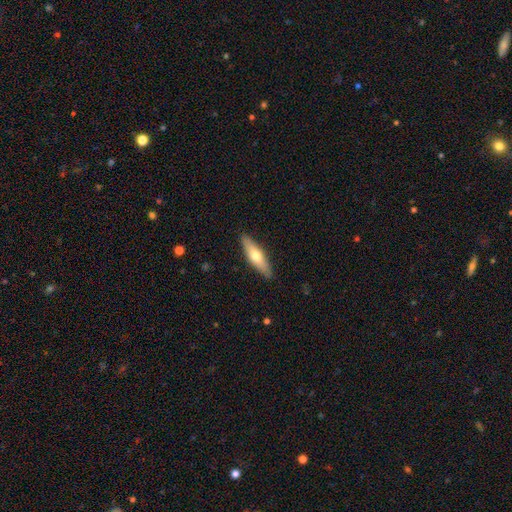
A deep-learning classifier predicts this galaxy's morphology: smooth_or_featured: smooth (p=0.58) [alt: featured or disk p=0.37]
how_rounded: cigar-shaped (p=0.63) [alt: in between p=0.35]
merging: none (p=0.88) [alt: minor disturbance p=0.09]